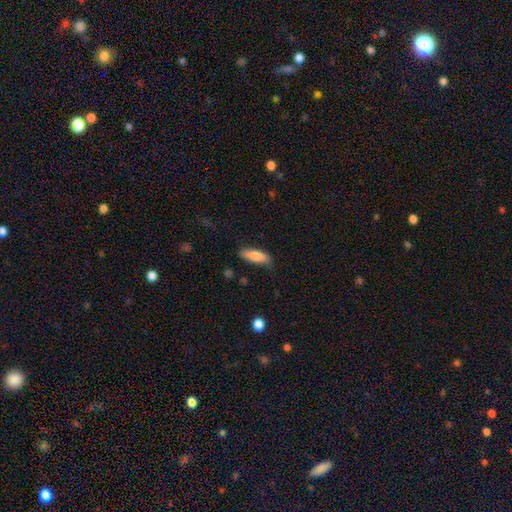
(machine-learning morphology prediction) smooth_or_featured: smooth (p=0.79) [alt: featured or disk p=0.15]
how_rounded: in between (p=0.55) [alt: cigar-shaped p=0.43]
merging: none (p=0.76) [alt: minor disturbance p=0.19]